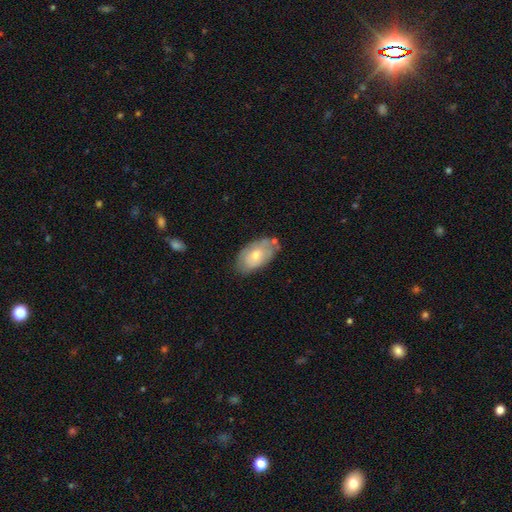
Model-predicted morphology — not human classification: A smooth galaxy with no disk features (58%) that is in between round and cigar-shaped (94%).

Vote fractions:
- Smooth or featured? smooth: 58% / featured or disk: 36% / star or artifact: 6%
- How rounded? in between: 94% / round: 4% / cigar-shaped: 2%
- Merging? none: 64% / minor disturbance: 25% / major disturbance: 6% / merger: 5%